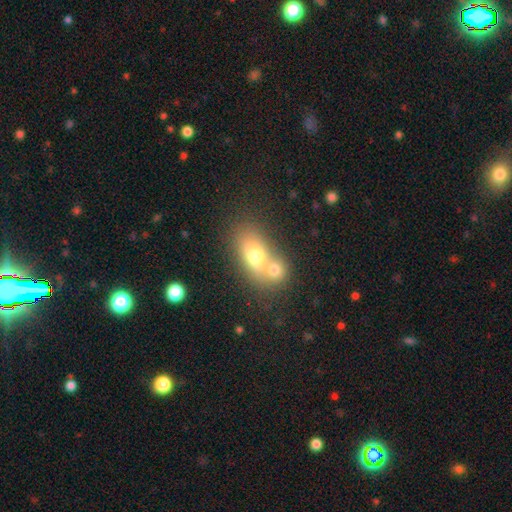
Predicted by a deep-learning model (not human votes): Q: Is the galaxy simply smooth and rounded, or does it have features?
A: smooth — 69%.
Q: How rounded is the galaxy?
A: in between — 76%.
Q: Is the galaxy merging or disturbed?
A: merger — 59%.